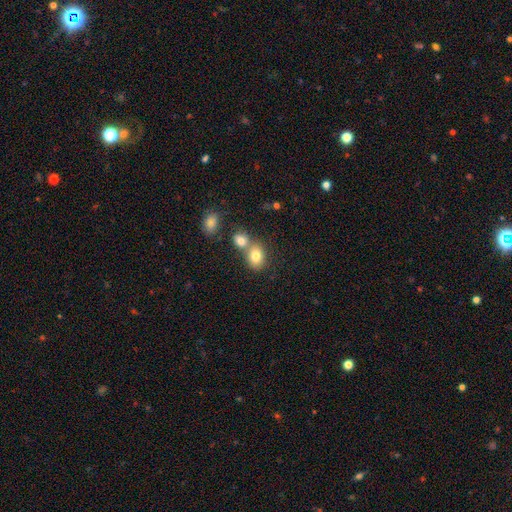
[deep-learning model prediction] A smooth galaxy with no disk features (79%) that is in between round and cigar-shaped (58%). Merging: merger (45%).